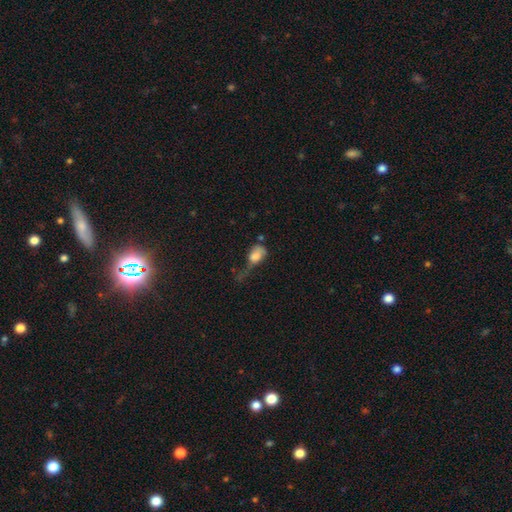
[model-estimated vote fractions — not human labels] Morphology: type=smooth (68%); roundness=in between (74%); merging=major disturbance (54%).